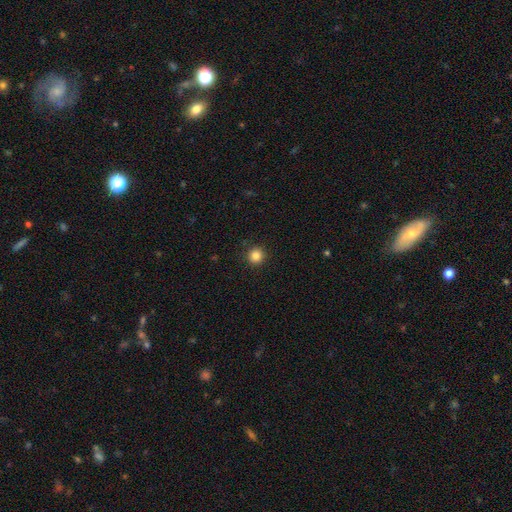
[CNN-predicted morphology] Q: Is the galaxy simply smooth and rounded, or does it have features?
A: smooth — 84%.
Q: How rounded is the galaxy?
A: round — 94%.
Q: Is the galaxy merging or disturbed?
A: none — 92%.